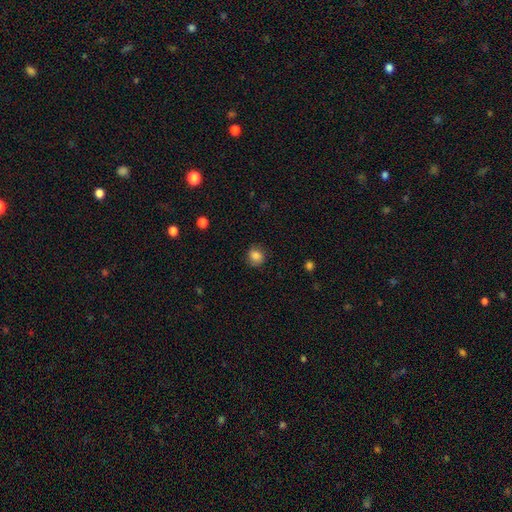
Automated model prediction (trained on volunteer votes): Smooth or featured? Predicted: smooth (p=0.84). How rounded? Predicted: round (p=0.80). Merging? Predicted: none (p=0.85).